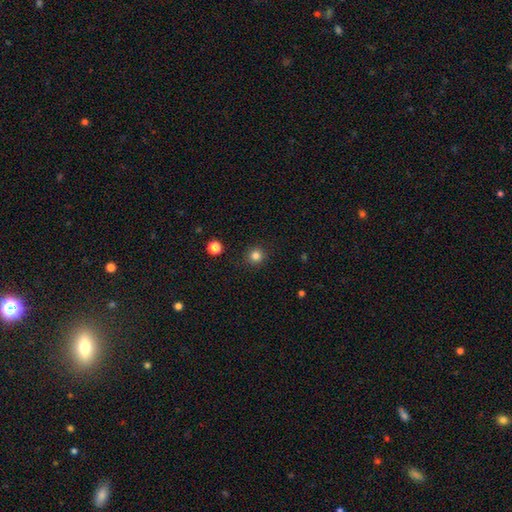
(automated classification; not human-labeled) The model was most divided on "smooth or featured": smooth: 83%, star or artifact: 13%, featured or disk: 5%. More confident: how rounded — round (94%); merging — none (91%).